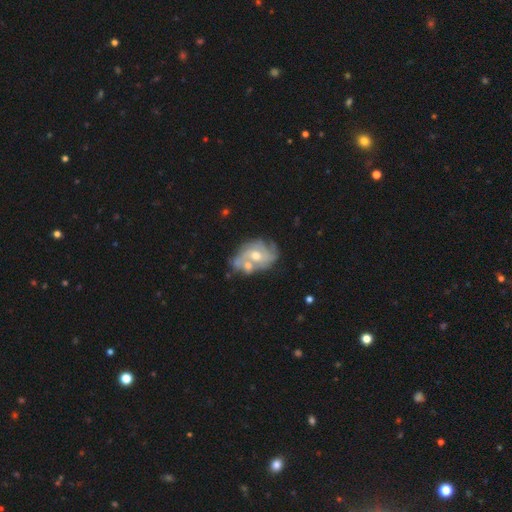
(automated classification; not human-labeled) Morphology: type=featured or disk (76%); edge-on=no (97%); bar=no (68%); spiral arms=yes (79%); winding=tight (46%); arm count=can't tell (40%); bulge=moderate (71%); merging=none (44%).